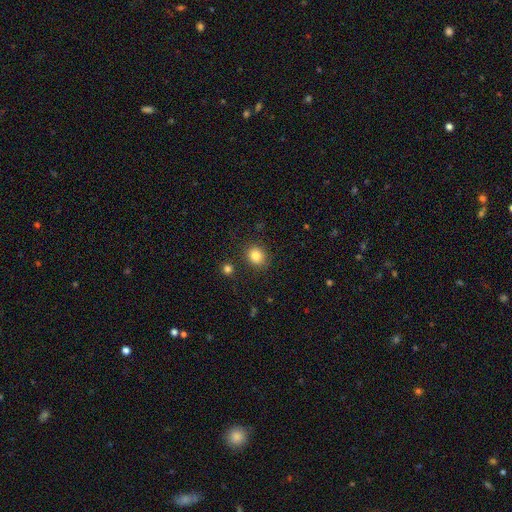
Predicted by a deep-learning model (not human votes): The model was most divided on "how rounded": round: 72%, in between: 27%, cigar-shaped: 1%. More confident: merging — none (86%); smooth or featured — smooth (83%).